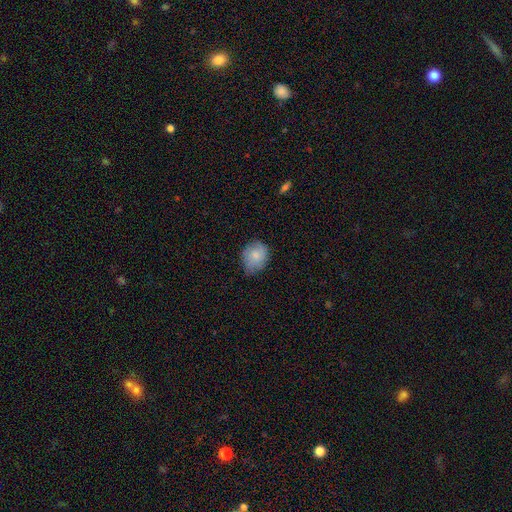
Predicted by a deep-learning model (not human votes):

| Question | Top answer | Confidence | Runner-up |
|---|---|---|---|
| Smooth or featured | smooth | 78% | featured or disk (15%) |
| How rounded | round | 57% | in between (42%) |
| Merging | none | 63% | minor disturbance (30%) |